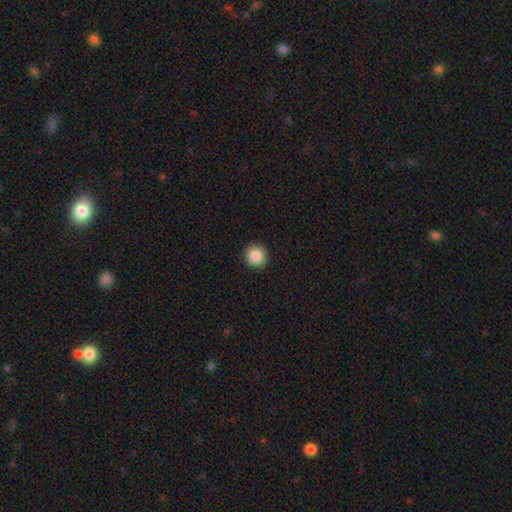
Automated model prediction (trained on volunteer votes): This appears to be a smooth galaxy with no disk features (87%) that is round (95%). Merging: none (93%).